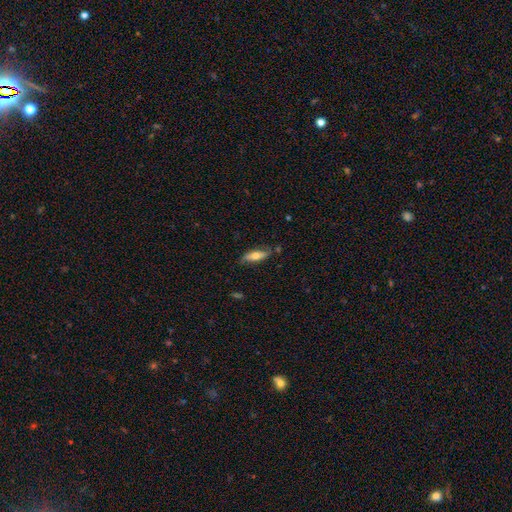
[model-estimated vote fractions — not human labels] The model was most divided on "how rounded": in between: 54%, cigar-shaped: 44%, round: 3%. More confident: merging — none (76%); smooth or featured — smooth (57%).